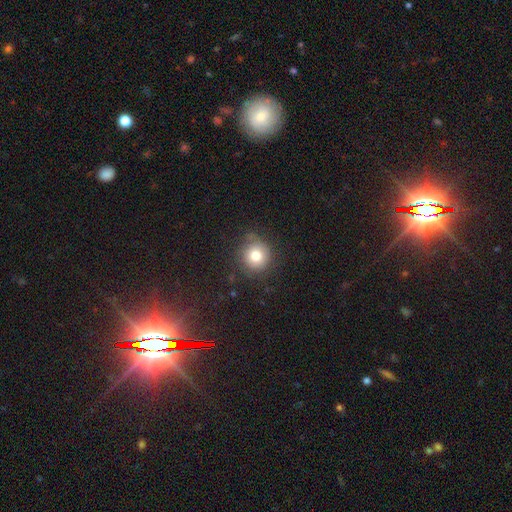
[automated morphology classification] Q: Smooth or featured?
A: smooth (79%); runner-up: star or artifact (11%)
Q: How rounded?
A: round (91%); runner-up: in between (8%)
Q: Merging?
A: none (76%); runner-up: minor disturbance (16%)